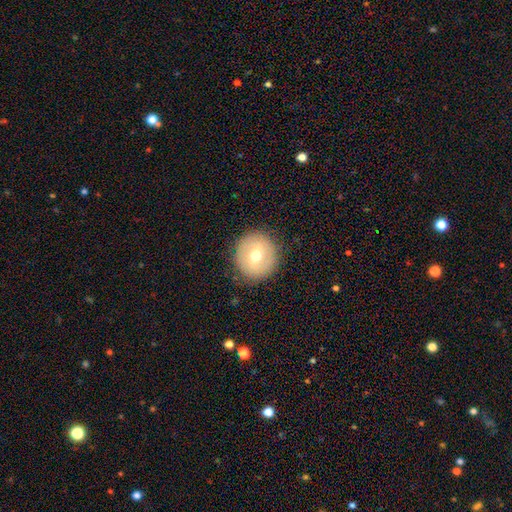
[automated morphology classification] smooth 64%, featured or disk 27%, star or artifact 9%. Down the decision tree: how rounded — round (92%); merging — none (87%).